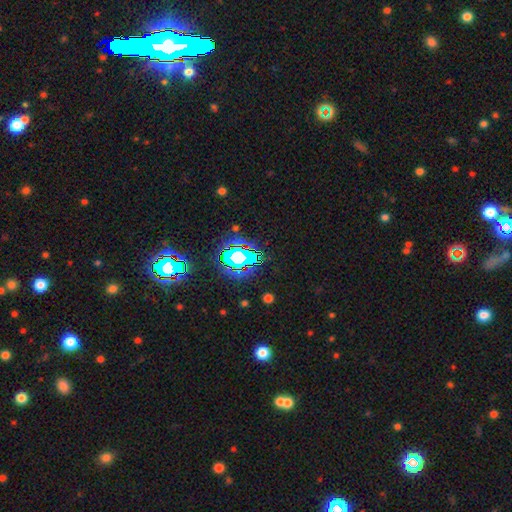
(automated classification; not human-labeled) A star or artifact, not a galaxy (78%).

Vote fractions:
- Smooth or featured? star or artifact: 78% / smooth: 13% / featured or disk: 9%